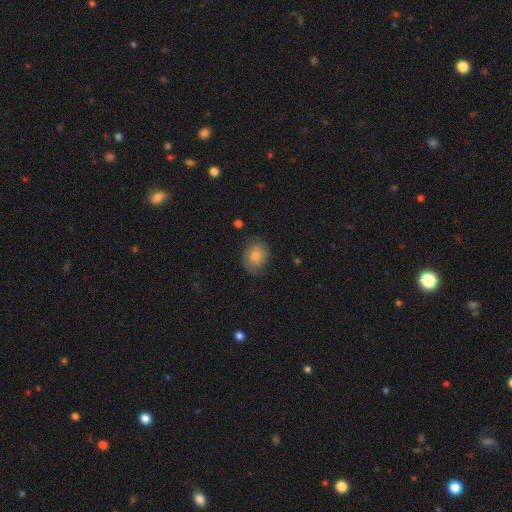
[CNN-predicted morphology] Smooth or featured: smooth — 70% (featured or disk — 22%)
How rounded: in between — 54% (round — 45%)
Merging: none — 69% (minor disturbance — 23%)